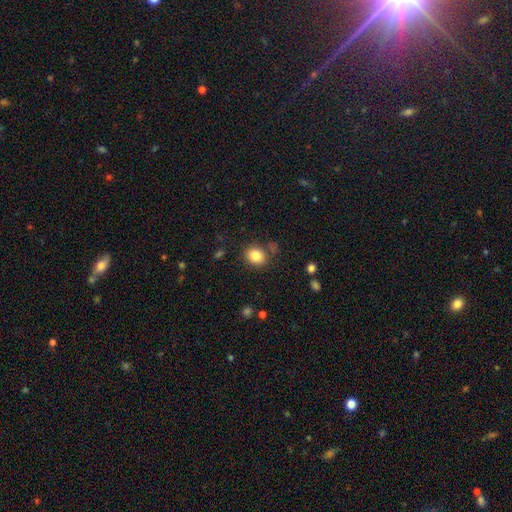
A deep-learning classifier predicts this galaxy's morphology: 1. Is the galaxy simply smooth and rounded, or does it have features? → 83% smooth, 10% star or artifact, 7% featured or disk.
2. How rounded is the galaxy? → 57% round, 43% in between, 1% cigar-shaped.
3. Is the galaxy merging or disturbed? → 79% none, 12% minor disturbance, 4% merger, 4% major disturbance.